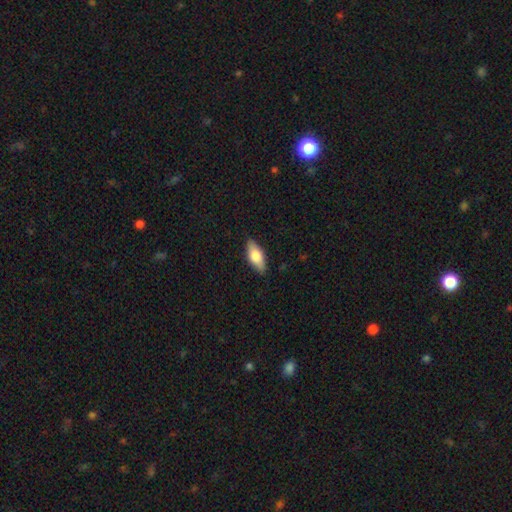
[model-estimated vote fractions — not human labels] Overall: smooth (71%). How rounded: in between (82%). Merging: none (87%).